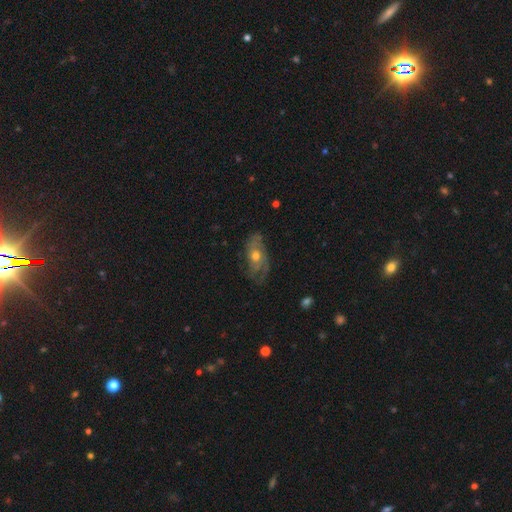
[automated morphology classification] Smooth or featured: featured or disk — 71% (smooth — 21%)
Edge-on disk: no — 89% (yes — 11%)
Bar: no — 80% (weak — 16%)
Spiral arms: yes — 81% (no — 19%)
Spiral winding: tight — 42% (medium — 39%)
Spiral arm count: can't tell — 41% (2 — 29%)
Bulge size: moderate — 70% (small — 23%)
Merging: none — 65% (minor disturbance — 24%)